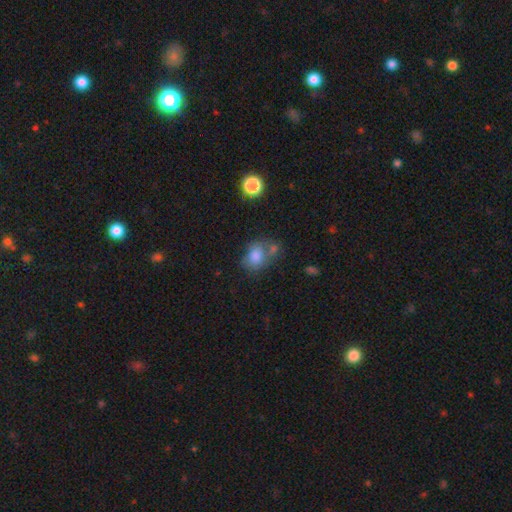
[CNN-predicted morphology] Q: Smooth or featured?
A: smooth (76%); runner-up: featured or disk (13%)
Q: How rounded?
A: in between (61%); runner-up: round (38%)
Q: Merging?
A: none (38%); runner-up: merger (28%)